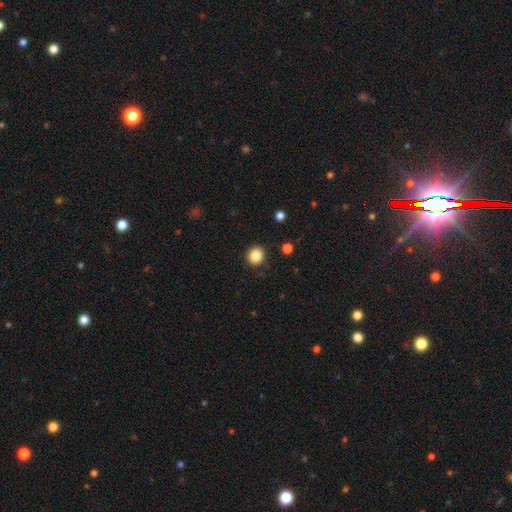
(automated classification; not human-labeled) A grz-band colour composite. It shows a smooth galaxy with no disk features (86%) that is round (85%). Merging: none (89%).